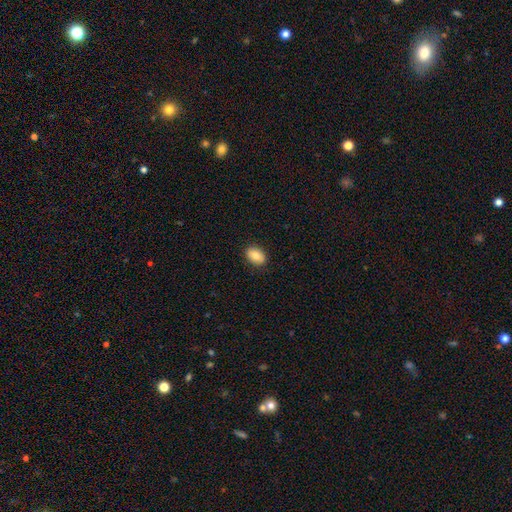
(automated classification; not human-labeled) Morphology: type=smooth (84%); roundness=in between (83%); merging=none (88%).